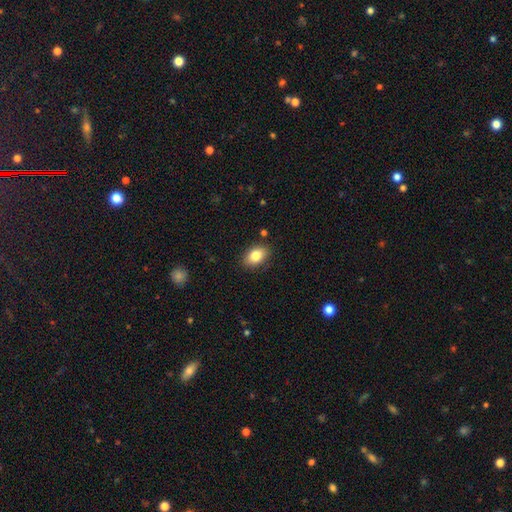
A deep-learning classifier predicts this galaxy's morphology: This appears to be a smooth galaxy with no disk features (83%) that is in between round and cigar-shaped (86%). Merging: none (85%).